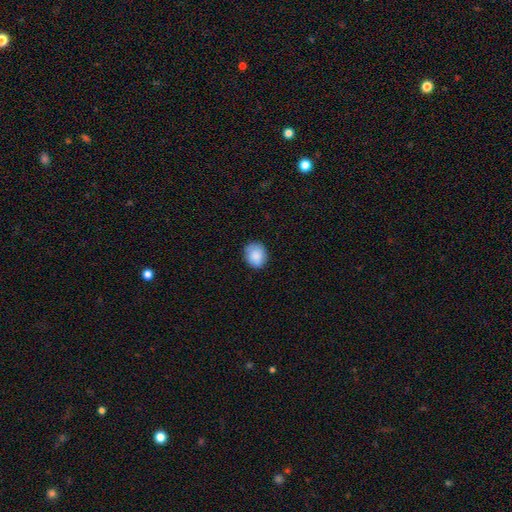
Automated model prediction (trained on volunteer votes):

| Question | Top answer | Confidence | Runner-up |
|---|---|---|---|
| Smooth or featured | smooth | 86% | star or artifact (8%) |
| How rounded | round | 69% | in between (30%) |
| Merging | none | 82% | minor disturbance (14%) |